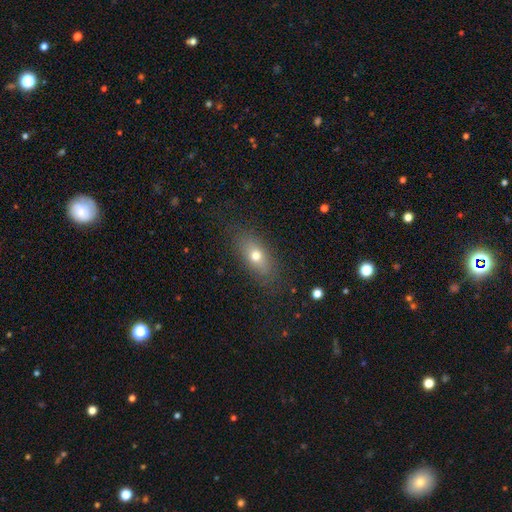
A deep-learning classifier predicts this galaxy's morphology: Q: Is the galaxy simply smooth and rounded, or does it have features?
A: smooth — 69%.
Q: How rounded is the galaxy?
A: in between — 76%.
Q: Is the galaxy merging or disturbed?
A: none — 82%.